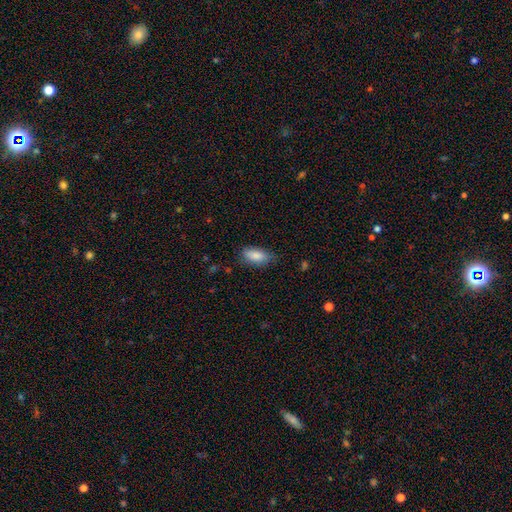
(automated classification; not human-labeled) This is clearly a smooth galaxy (85%). How rounded: clearly in between (87%). Merging: likely none (75%).